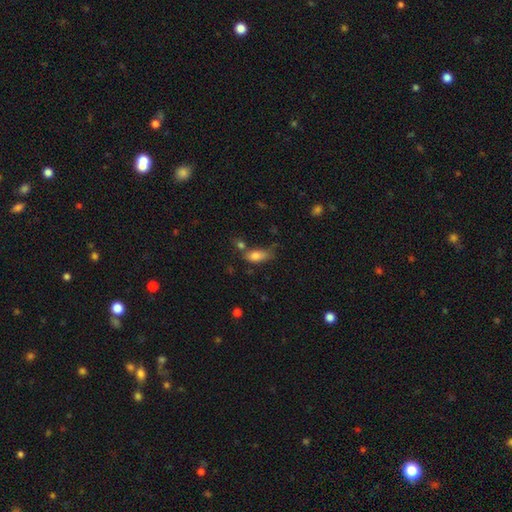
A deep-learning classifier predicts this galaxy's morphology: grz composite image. It shows a smooth galaxy with no disk features (79%) that is in between round and cigar-shaped (84%). Merging: none (44%).